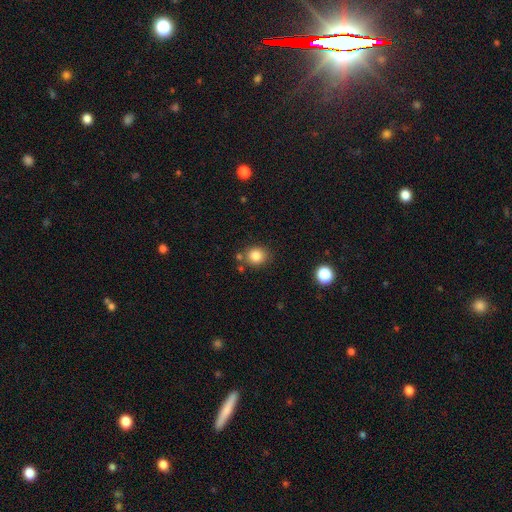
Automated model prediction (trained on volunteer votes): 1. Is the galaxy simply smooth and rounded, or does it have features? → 83% smooth, 11% star or artifact, 6% featured or disk.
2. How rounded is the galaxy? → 76% round, 23% in between, 1% cigar-shaped.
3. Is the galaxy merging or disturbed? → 77% none, 12% minor disturbance, 8% merger, 3% major disturbance.